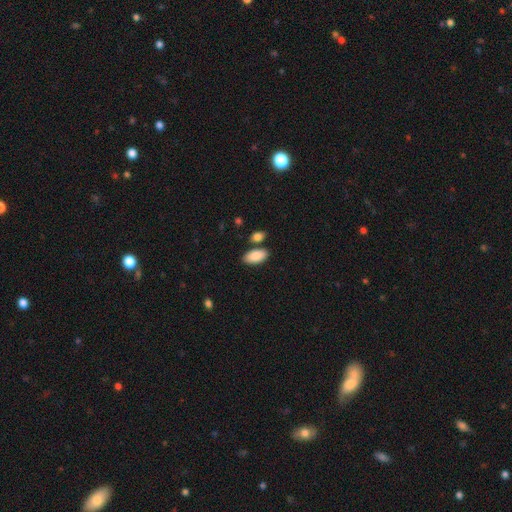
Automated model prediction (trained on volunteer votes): This is clearly a smooth galaxy (89%). How rounded: clearly in between (93%). Merging: likely none (76%).